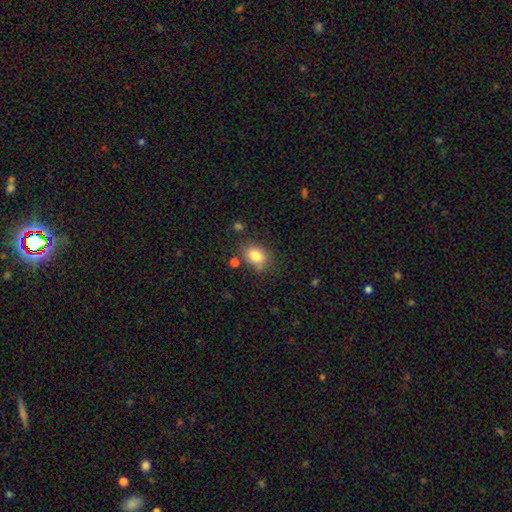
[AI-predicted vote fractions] smooth_or_featured: smooth (p=0.82) [alt: star or artifact p=0.10]
how_rounded: in between (p=0.62) [alt: round p=0.37]
merging: none (p=0.71) [alt: minor disturbance p=0.17]